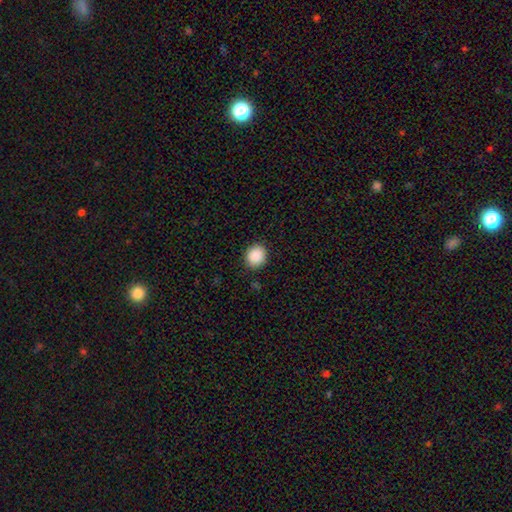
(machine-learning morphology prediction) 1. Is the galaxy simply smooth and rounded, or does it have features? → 89% smooth, 8% star or artifact, 2% featured or disk.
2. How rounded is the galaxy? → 79% round, 21% in between, 1% cigar-shaped.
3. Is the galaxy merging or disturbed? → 89% none, 7% minor disturbance, 2% major disturbance, 1% merger.